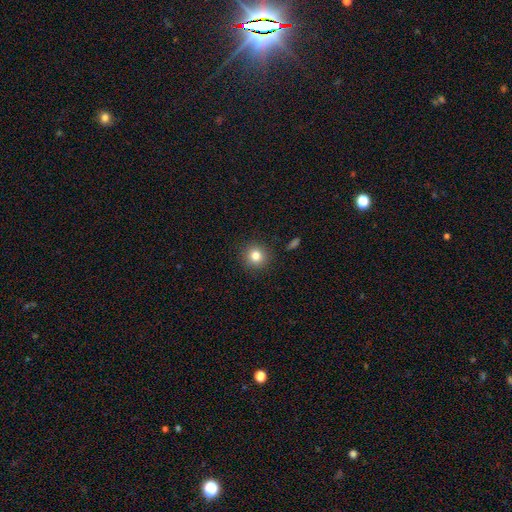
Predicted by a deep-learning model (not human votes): Q: Smooth or featured?
A: smooth (81%); runner-up: star or artifact (11%)
Q: How rounded?
A: round (92%); runner-up: in between (7%)
Q: Merging?
A: none (90%); runner-up: minor disturbance (6%)